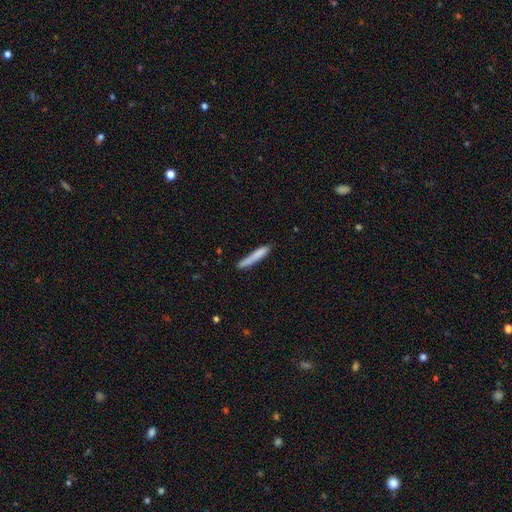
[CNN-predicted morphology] smooth 78%, featured or disk 16%, star or artifact 6%. Down the decision tree: how rounded — cigar-shaped (94%); merging — none (78%).